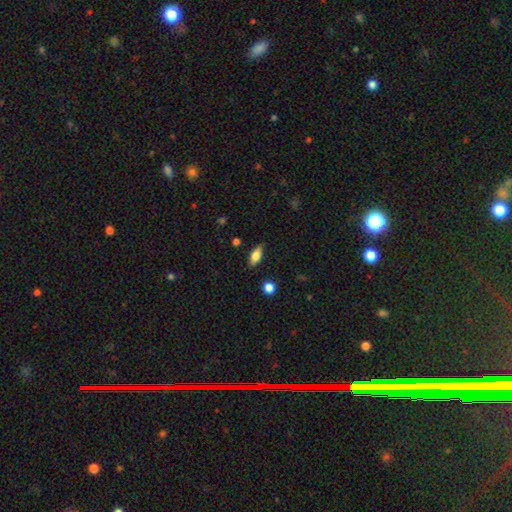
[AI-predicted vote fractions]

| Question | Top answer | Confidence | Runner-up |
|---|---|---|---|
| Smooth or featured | smooth | 74% | featured or disk (18%) |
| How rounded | in between | 81% | cigar-shaped (15%) |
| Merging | none | 83% | minor disturbance (13%) |